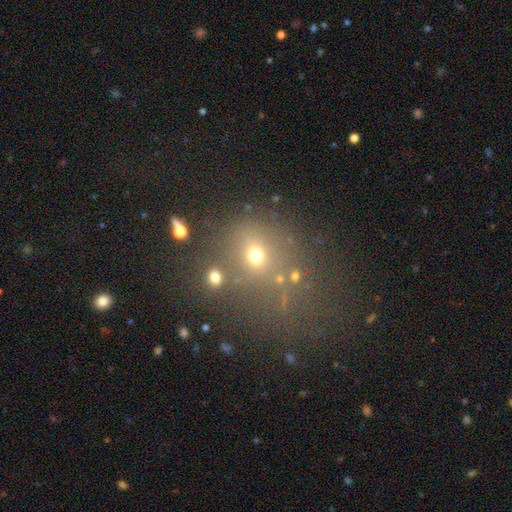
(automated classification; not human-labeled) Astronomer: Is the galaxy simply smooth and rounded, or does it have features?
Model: smooth — 60%.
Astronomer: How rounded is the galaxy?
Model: round — 70%.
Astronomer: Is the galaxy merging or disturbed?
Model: none — 65%.